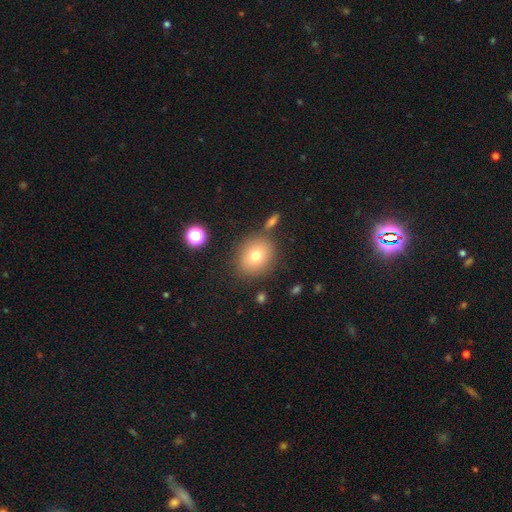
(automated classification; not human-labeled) Overall: smooth (76%). How rounded: round (71%). Merging: none (79%).